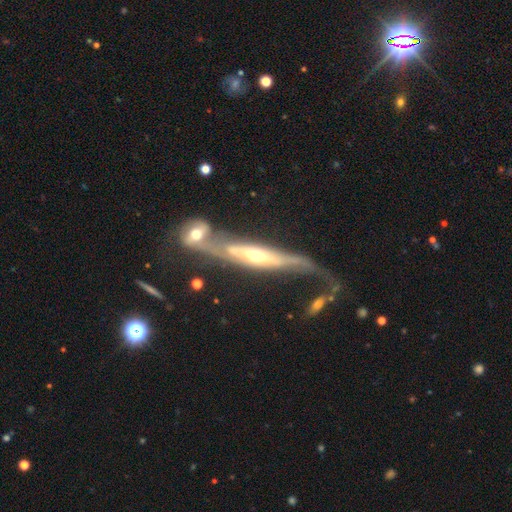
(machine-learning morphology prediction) smooth-or-featured: featured or disk: 79% | smooth: 15% | star or artifact: 7%
  disk-edge-on: yes: 65% | no: 35%
    edge-on-bulge: rounded: 81% | none: 12% | boxy: 7%
  merging: merger: 42% | none: 29% | major disturbance: 15% | minor disturbance: 15%